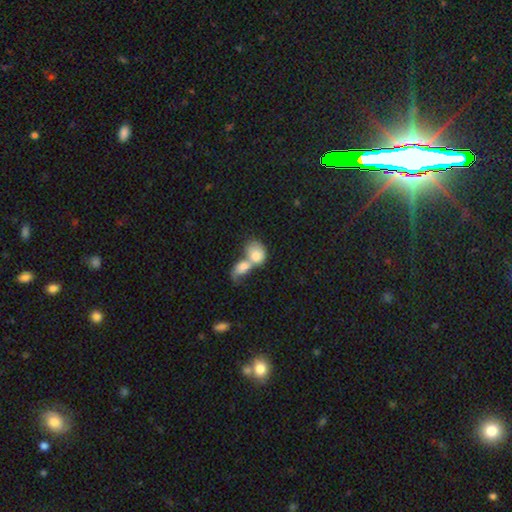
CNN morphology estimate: Smooth or featured? Predicted: smooth (p=0.76). How rounded? Predicted: in between (p=0.67). Merging? Predicted: merger (p=0.80).